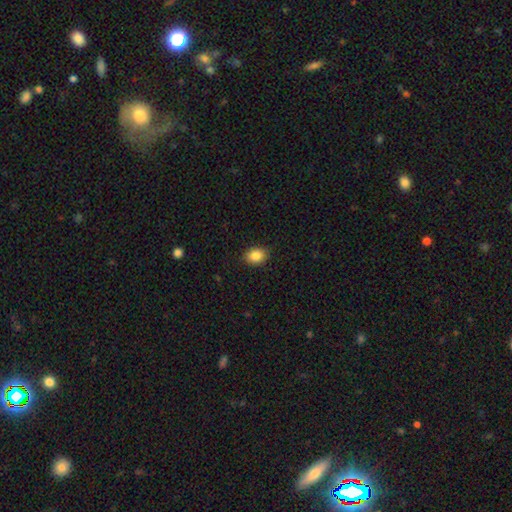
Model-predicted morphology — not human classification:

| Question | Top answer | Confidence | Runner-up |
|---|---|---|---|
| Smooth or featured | smooth | 86% | star or artifact (9%) |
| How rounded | in between | 62% | round (37%) |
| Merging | none | 86% | minor disturbance (11%) |